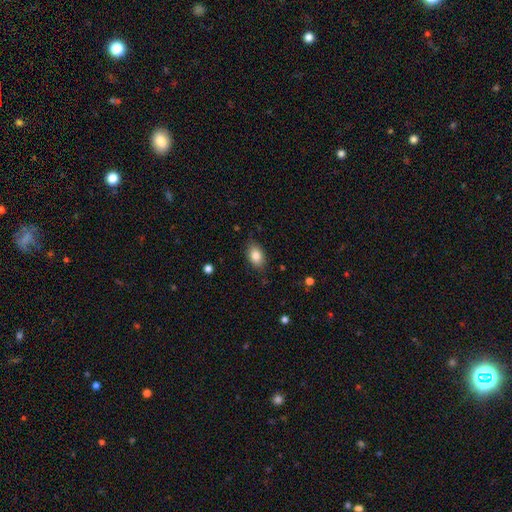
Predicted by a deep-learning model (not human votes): Smooth or featured? Predicted: smooth (p=0.84). How rounded? Predicted: in between (p=0.85). Merging? Predicted: none (p=0.81).